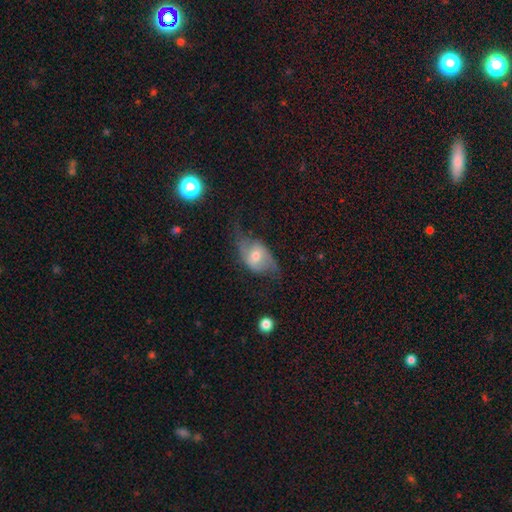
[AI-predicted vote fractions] Morphology: type=featured or disk (64%); edge-on=no (90%); bar=no (45%); spiral arms=yes (80%); bulge=moderate (60%); merging=none (53%).